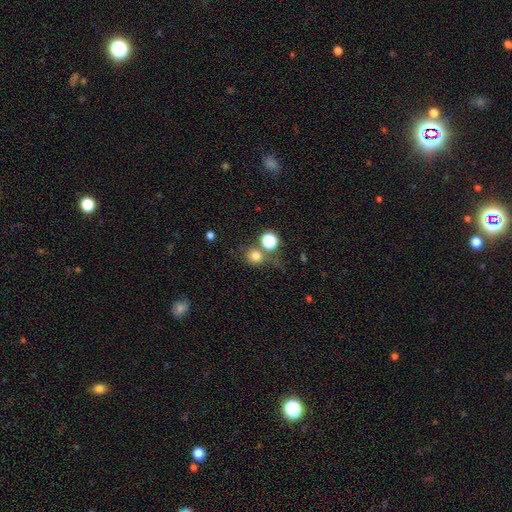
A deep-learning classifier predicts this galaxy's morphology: This is likely a smooth galaxy (76%). How rounded: clearly round (81%). Merging: possibly none (59%).